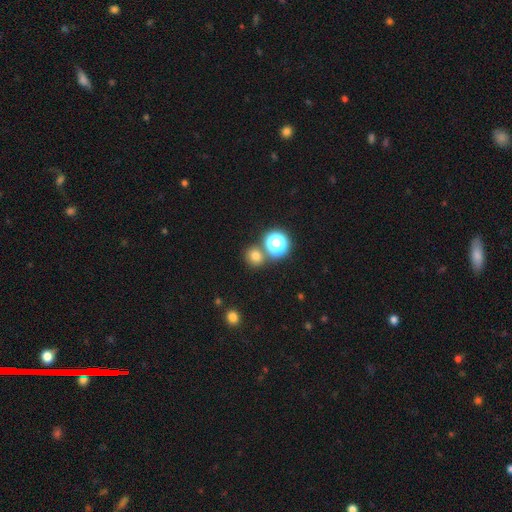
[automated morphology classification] This appears to be a smooth galaxy with no disk features (73%) that is round (82%). Merging: none (74%).